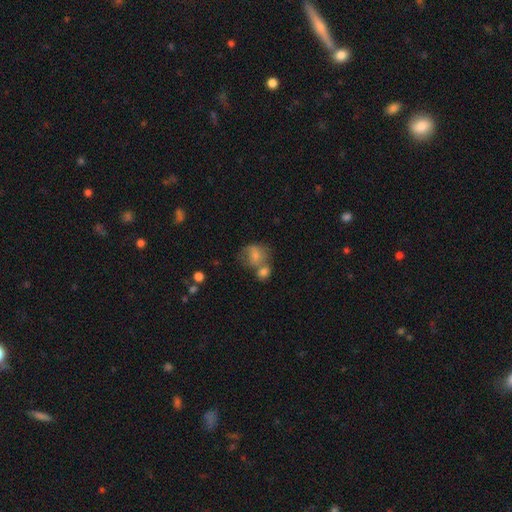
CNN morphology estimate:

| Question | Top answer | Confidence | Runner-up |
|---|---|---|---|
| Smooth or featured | smooth | 70% | featured or disk (20%) |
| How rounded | round | 55% | in between (44%) |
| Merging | merger | 47% | none (28%) |